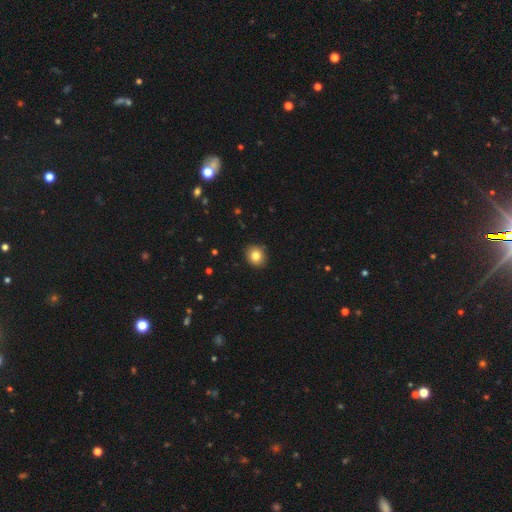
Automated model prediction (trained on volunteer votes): Morphology: type=smooth (83%); roundness=round (79%); merging=none (90%).